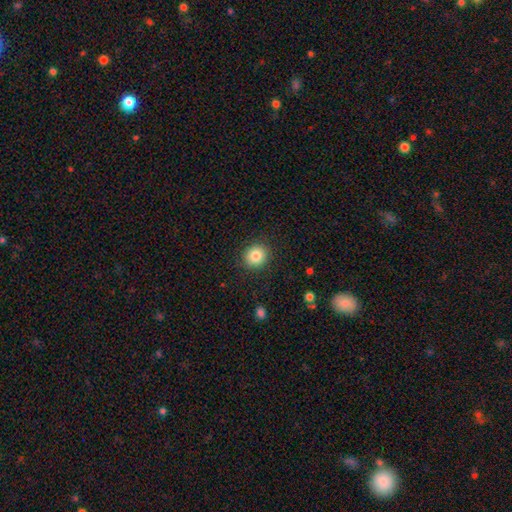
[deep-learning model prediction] The model was most divided on "how rounded": round: 83%, in between: 16%, cigar-shaped: 1%. More confident: merging — none (89%); smooth or featured — smooth (83%).